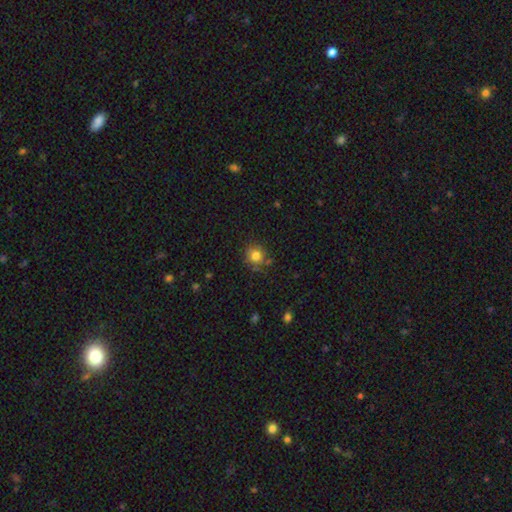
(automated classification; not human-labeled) Smooth or featured? smooth (80%)
How rounded? round (88%)
Merging? none (78%)